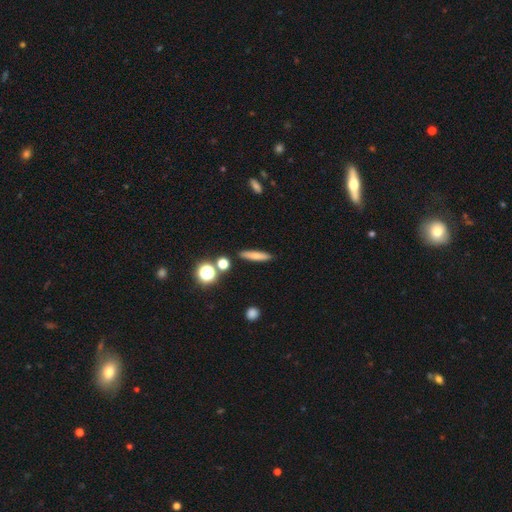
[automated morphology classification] The model was most divided on "smooth or featured": smooth: 72%, featured or disk: 18%, star or artifact: 10%. More confident: merging — none (87%); how rounded — cigar-shaped (84%).